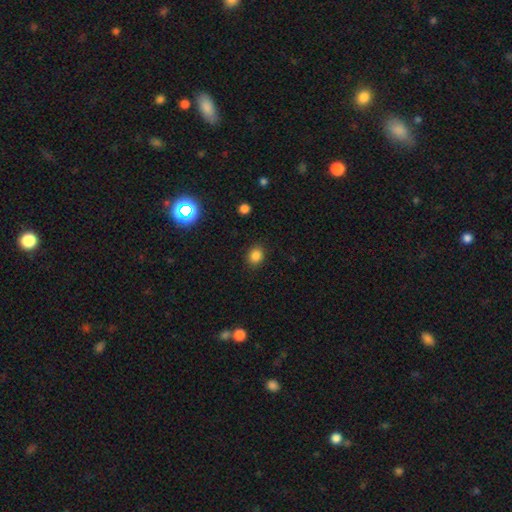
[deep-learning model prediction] smooth_or_featured: smooth (p=0.84) [alt: star or artifact p=0.12]
how_rounded: round (p=0.65) [alt: in between p=0.34]
merging: none (p=0.89) [alt: minor disturbance p=0.07]